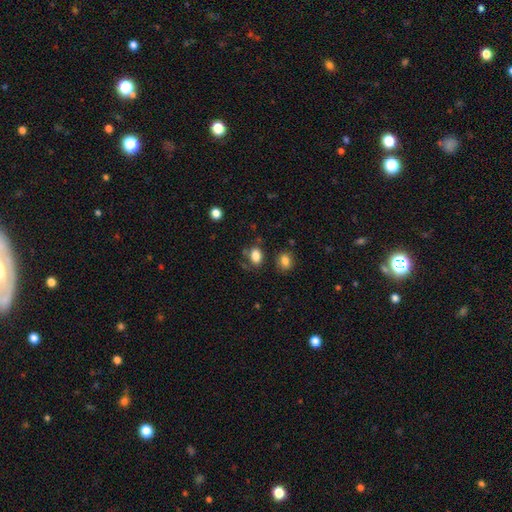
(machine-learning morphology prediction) The model was most divided on "merging": none: 69%, minor disturbance: 18%, merger: 7%, major disturbance: 6%. More confident: smooth or featured — smooth (83%); how rounded — in between (79%).